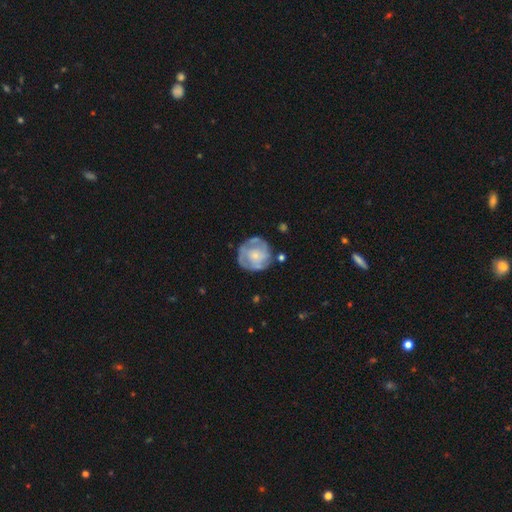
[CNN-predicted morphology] featured or disk 67%, smooth 27%, star or artifact 6%. Down the decision tree: edge-on disk — no (98%); bar — no (78%); spiral arms — yes (71%); bulge size — small (64%); merging — none (69%).